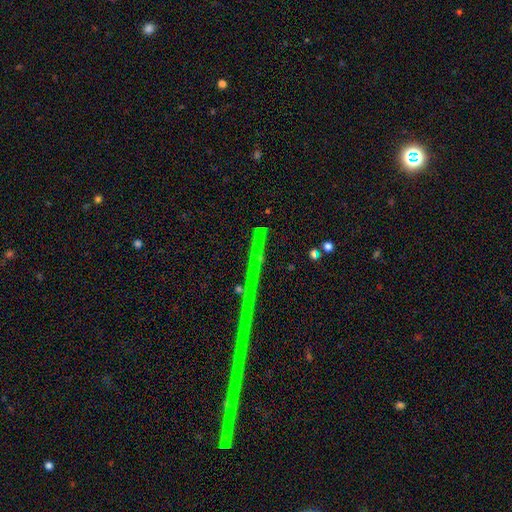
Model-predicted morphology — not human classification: Smooth or featured: star or artifact — 82% (featured or disk — 10%)